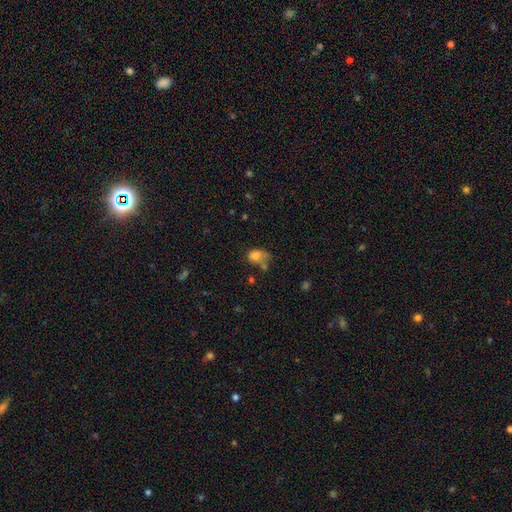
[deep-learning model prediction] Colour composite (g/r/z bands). It shows a smooth galaxy with no disk features (76%) that is in between round and cigar-shaped (67%). Merging: none (31%).